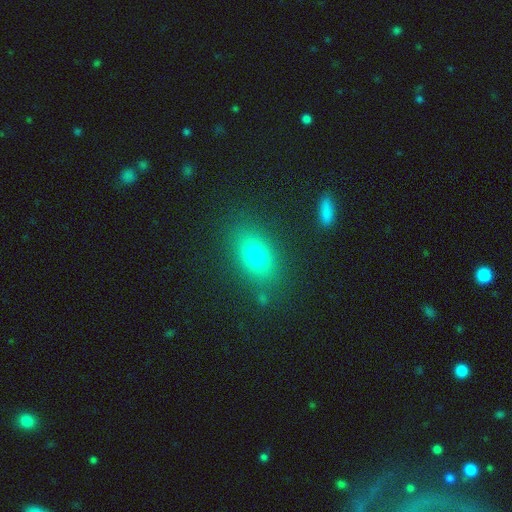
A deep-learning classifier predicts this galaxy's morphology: The model was most divided on "smooth or featured": smooth: 74%, star or artifact: 14%, featured or disk: 12%. More confident: merging — none (82%); how rounded — in between (78%).